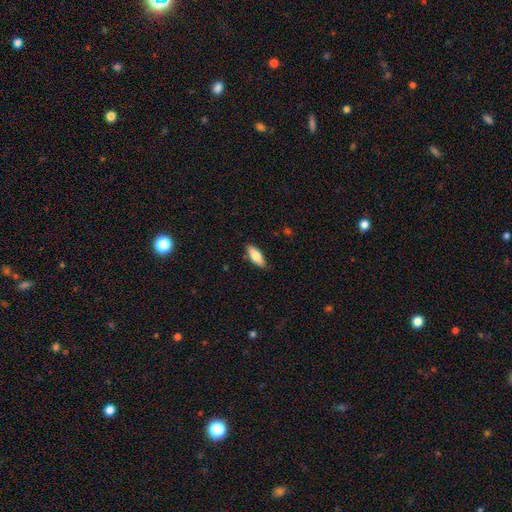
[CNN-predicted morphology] smooth-or-featured: smooth: 76% | featured or disk: 18% | star or artifact: 6%
  how-rounded: in between: 71% | cigar-shaped: 27% | round: 2%
  merging: none: 86% | minor disturbance: 11% | major disturbance: 2% | merger: 1%